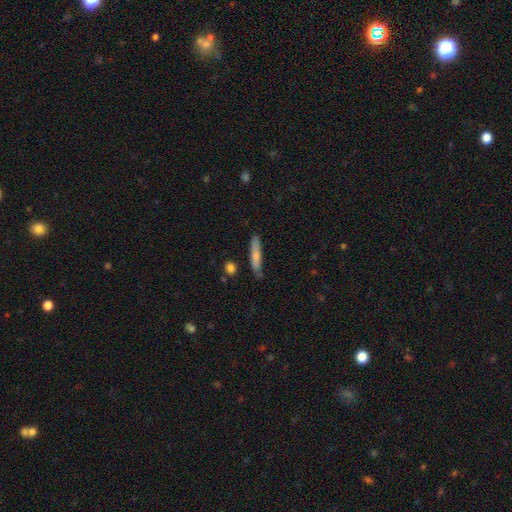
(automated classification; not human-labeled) This appears to be a smooth galaxy with no disk features (71%) that is cigar-shaped (90%). Merging: none (79%).